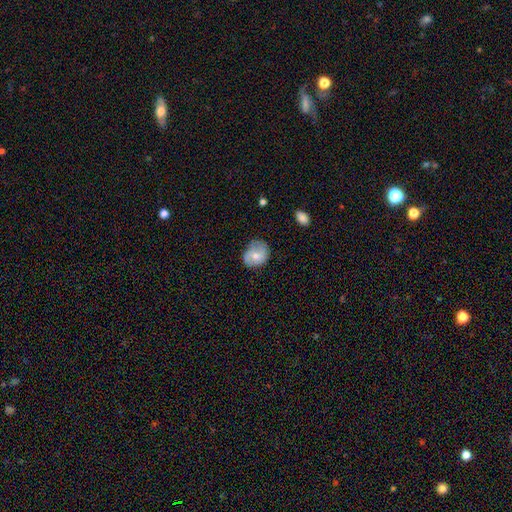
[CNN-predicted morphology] A smooth galaxy with no disk features (58%) that is round (55%). Merging: none (62%).